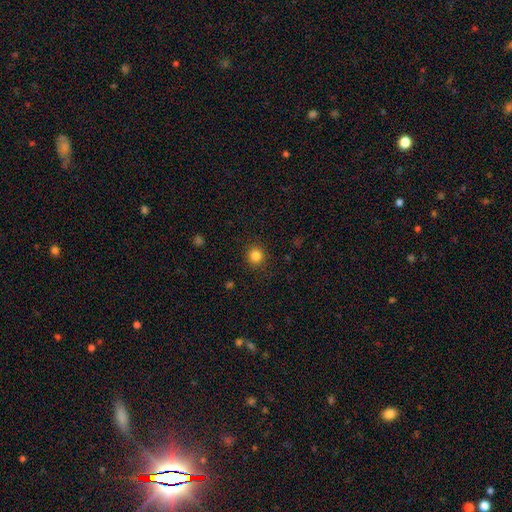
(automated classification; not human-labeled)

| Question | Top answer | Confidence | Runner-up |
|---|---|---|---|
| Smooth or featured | smooth | 84% | star or artifact (12%) |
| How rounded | round | 92% | in between (7%) |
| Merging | none | 90% | minor disturbance (6%) |